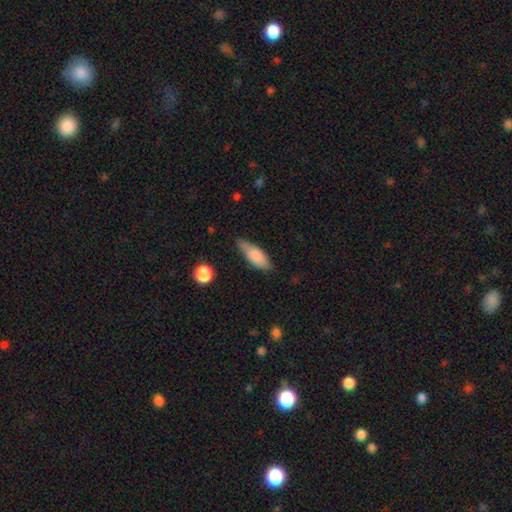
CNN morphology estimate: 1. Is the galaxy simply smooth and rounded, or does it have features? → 81% smooth, 13% featured or disk, 6% star or artifact.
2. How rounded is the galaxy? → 68% in between, 30% cigar-shaped, 2% round.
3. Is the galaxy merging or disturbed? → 63% none, 28% minor disturbance, 6% major disturbance, 2% merger.